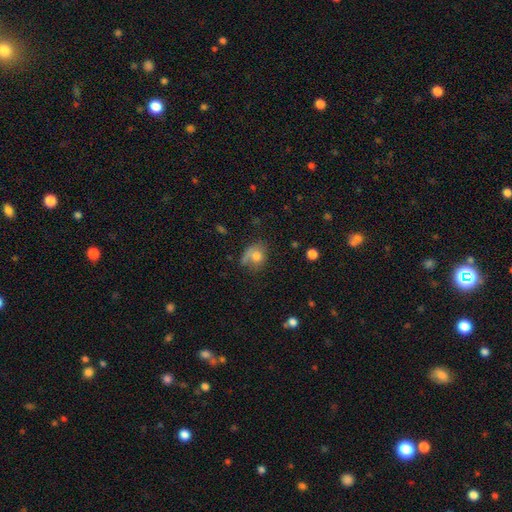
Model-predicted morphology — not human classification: The model was most divided on "how rounded": round: 57%, in between: 41%, cigar-shaped: 1%. Remaining: smooth or featured — smooth (70%); merging — none (44%).